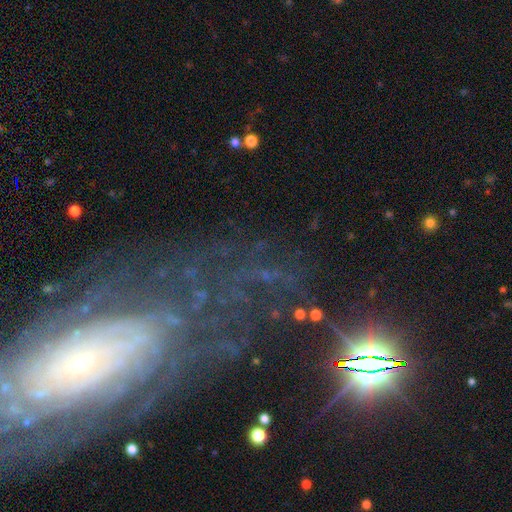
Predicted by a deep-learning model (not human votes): Smooth or featured? Predicted: featured or disk (p=0.70). Edge-on disk? Predicted: no (p=0.90). Bar? Predicted: no (p=0.71). Spiral arms? Predicted: yes (p=0.87). Spiral winding? Predicted: tight (p=0.74). Spiral arm count? Predicted: can't tell (p=0.48). Bulge size? Predicted: small (p=0.77). Merging? Predicted: none (p=0.66).